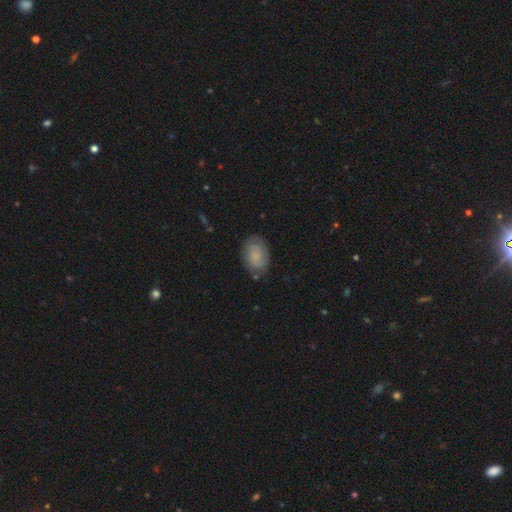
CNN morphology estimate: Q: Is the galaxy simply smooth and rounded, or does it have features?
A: smooth — 49%.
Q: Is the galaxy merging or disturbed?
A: none — 75%.